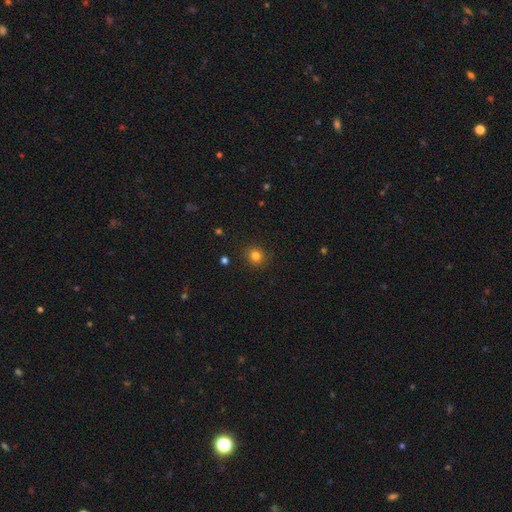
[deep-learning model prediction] The model was most divided on "smooth or featured": smooth: 81%, star or artifact: 14%, featured or disk: 5%. More confident: merging — none (90%); how rounded — round (89%).